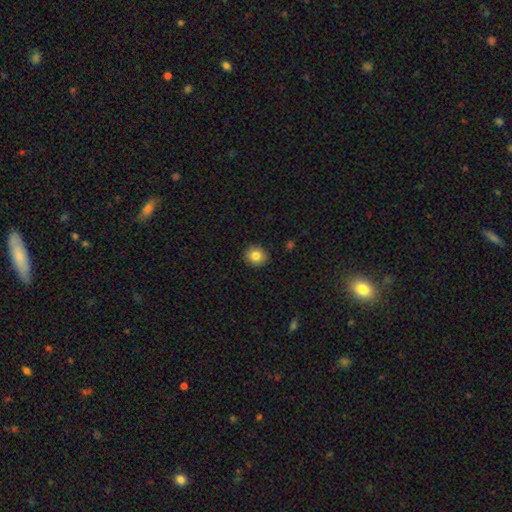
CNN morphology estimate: Smooth or featured: smooth — 82% (star or artifact — 10%)
How rounded: round — 81% (in between — 18%)
Merging: none — 91% (minor disturbance — 7%)